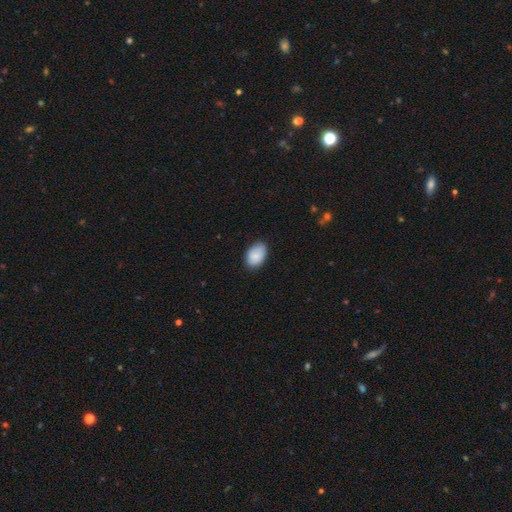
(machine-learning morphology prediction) This is clearly a smooth galaxy (84%). How rounded: clearly in between (87%). Merging: likely none (78%).